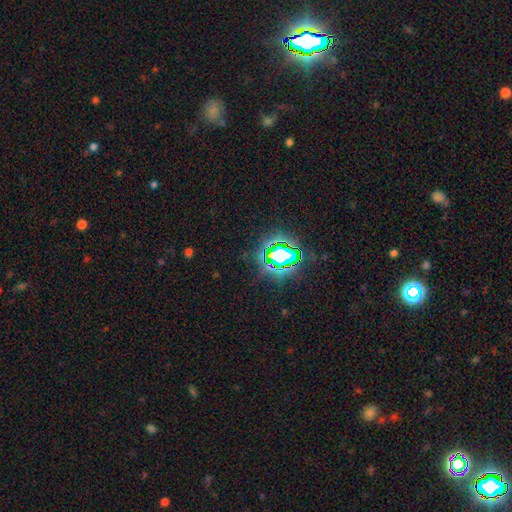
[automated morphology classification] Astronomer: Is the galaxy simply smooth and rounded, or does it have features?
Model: star or artifact — 80%.